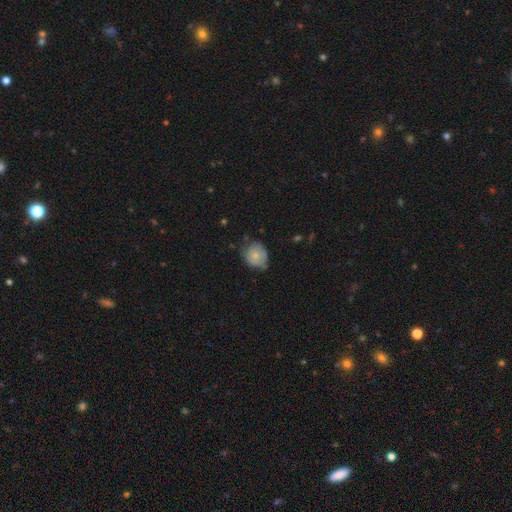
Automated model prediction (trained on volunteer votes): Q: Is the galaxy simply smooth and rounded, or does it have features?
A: smooth — 68%.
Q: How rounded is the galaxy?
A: round — 65%.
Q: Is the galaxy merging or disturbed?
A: none — 55%.